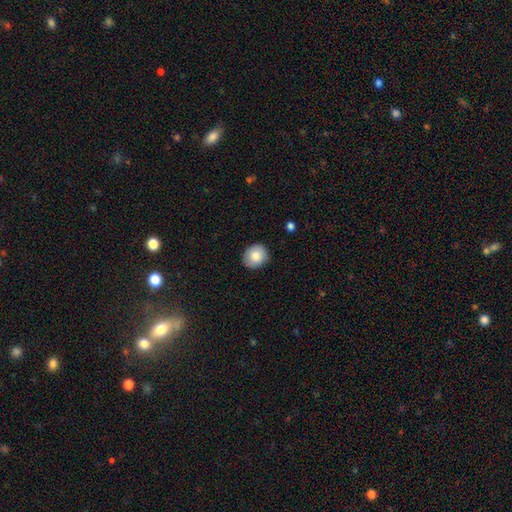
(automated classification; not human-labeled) Smooth or featured?
  - smooth: 83% *
  - featured or disk: 9%
  - star or artifact: 8%
How rounded?
  - round: 81% *
  - in between: 18%
  - cigar-shaped: 1%
Merging?
  - none: 86% *
  - minor disturbance: 11%
  - major disturbance: 2%
  - merger: 1%